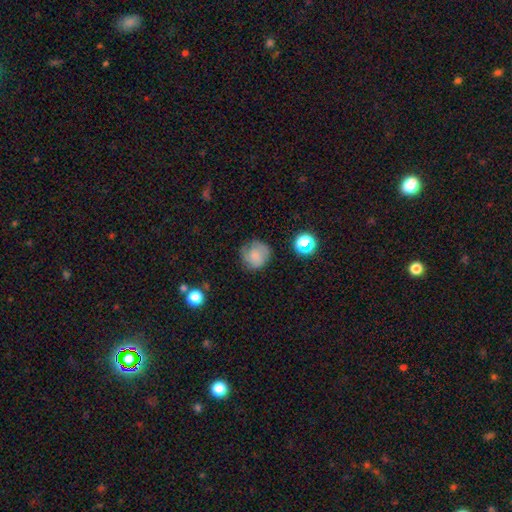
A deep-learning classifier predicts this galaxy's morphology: A smooth galaxy with no disk features (67%) that is round (88%).

Vote fractions:
- Smooth or featured? smooth: 67% / featured or disk: 21% / star or artifact: 12%
- How rounded? round: 88% / in between: 11% / cigar-shaped: 1%
- Merging? none: 67% / minor disturbance: 23% / major disturbance: 9% / merger: 2%